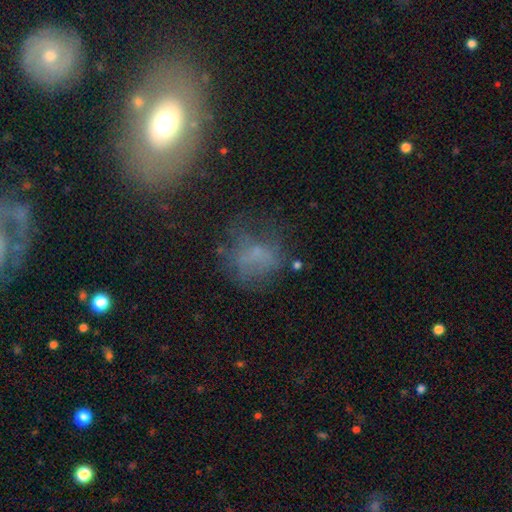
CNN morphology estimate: Smooth or featured?
  - smooth: 48% *
  - featured or disk: 30%
  - star or artifact: 23%
Merging?
  - none: 48% *
  - major disturbance: 24%
  - minor disturbance: 22%
  - merger: 6%